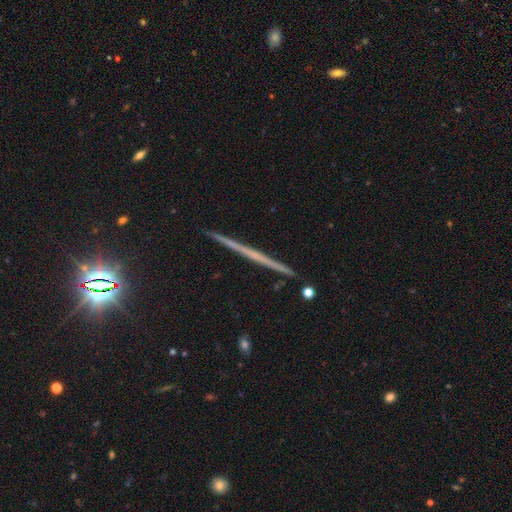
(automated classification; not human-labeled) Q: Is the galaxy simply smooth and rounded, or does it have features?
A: featured or disk — 67%.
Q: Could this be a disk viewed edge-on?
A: yes — 98%.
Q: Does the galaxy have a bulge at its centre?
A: none — 81%.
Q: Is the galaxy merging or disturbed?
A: none — 92%.